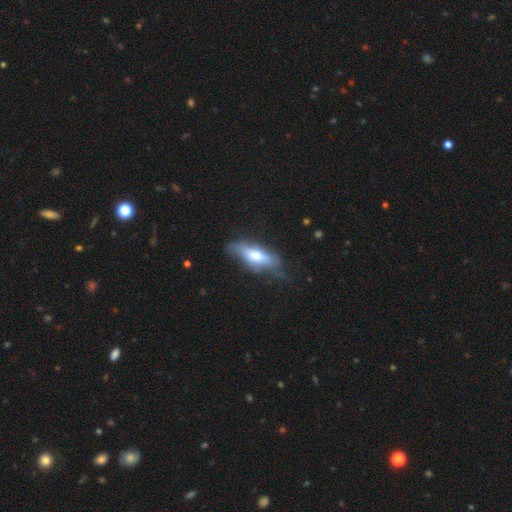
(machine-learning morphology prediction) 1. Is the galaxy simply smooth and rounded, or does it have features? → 48% smooth, 46% featured or disk, 7% star or artifact.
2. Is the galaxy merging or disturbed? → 54% none, 30% minor disturbance, 14% major disturbance, 2% merger.